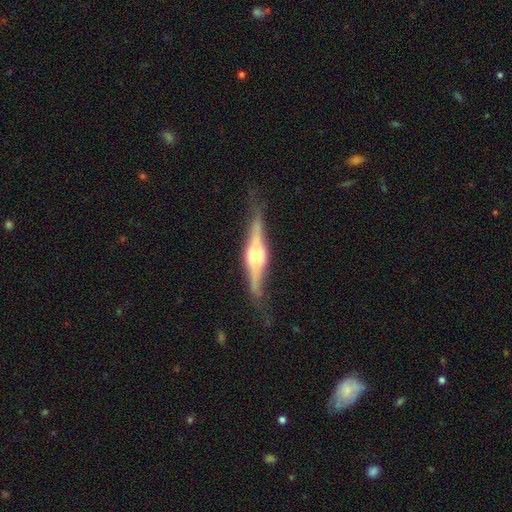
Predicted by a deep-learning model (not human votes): Overall: featured or disk (80%). Edge-on disk: yes (96%). Edge-on bulge: rounded (71%). Merging: none (76%).